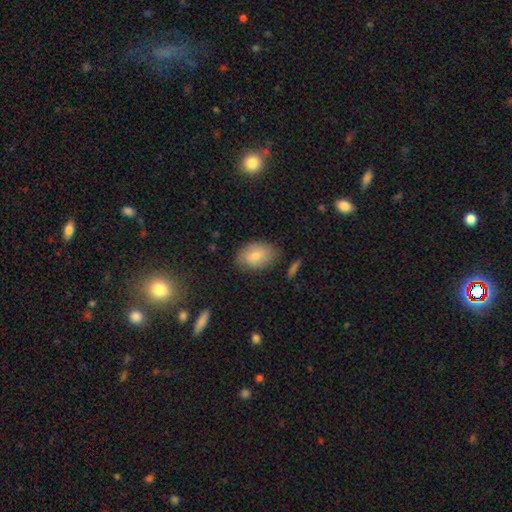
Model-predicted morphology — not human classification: Smooth or featured? smooth (74%)
How rounded? in between (85%)
Merging? none (75%)